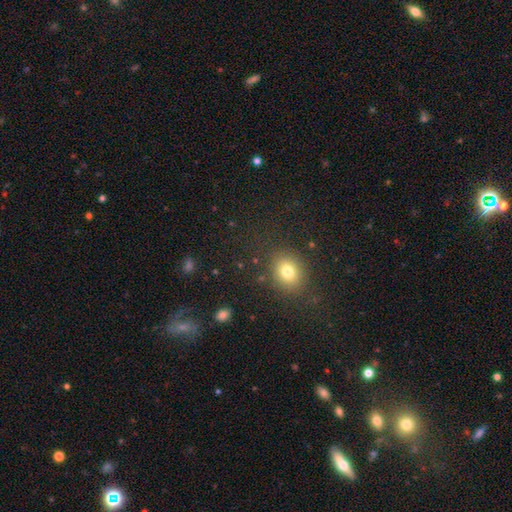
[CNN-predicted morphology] Q: Smooth or featured?
A: smooth (57%); runner-up: star or artifact (36%)
Q: How rounded?
A: round (78%); runner-up: in between (20%)
Q: Merging?
A: none (81%); runner-up: minor disturbance (11%)